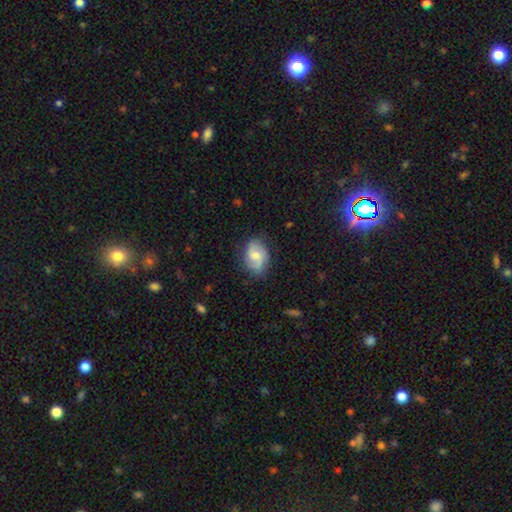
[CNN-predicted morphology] Q: Smooth or featured?
A: featured or disk (54%); runner-up: smooth (39%)
Q: Edge-on disk?
A: no (97%); runner-up: yes (3%)
Q: Bar?
A: weak (46%); tied with: no (46%)
Q: Spiral arms?
A: yes (89%); runner-up: no (11%)
Q: Bulge size?
A: moderate (50%); runner-up: small (33%)
Q: Merging?
A: none (75%); runner-up: minor disturbance (19%)